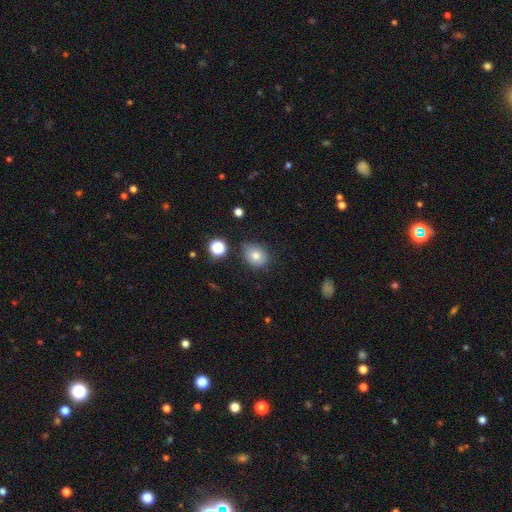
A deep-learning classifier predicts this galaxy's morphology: A smooth galaxy with no disk features (77%) that is round (58%). Merging: none (75%).